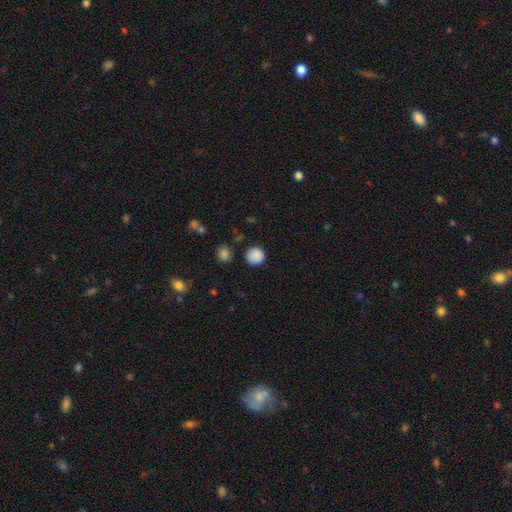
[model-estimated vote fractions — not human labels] The model was most divided on "merging": none: 84%, minor disturbance: 11%, major disturbance: 3%, merger: 3%. More confident: how rounded — round (91%); smooth or featured — smooth (87%).